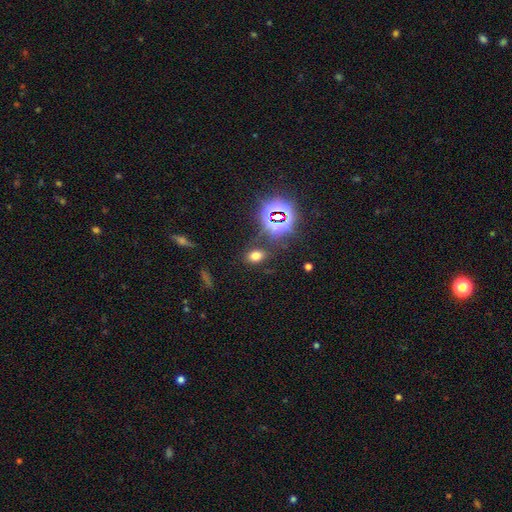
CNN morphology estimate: This appears to be a smooth galaxy with no disk features (63%) that is in between round and cigar-shaped (77%). Merging: none (80%).